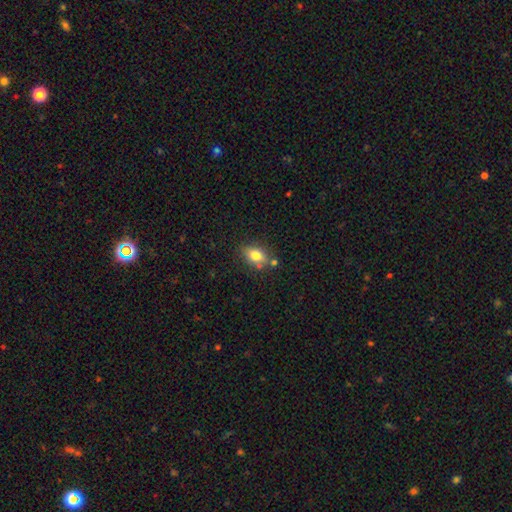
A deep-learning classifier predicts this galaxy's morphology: This is likely a smooth galaxy (78%). How rounded: likely in between (77%). Merging: likely none (70%).